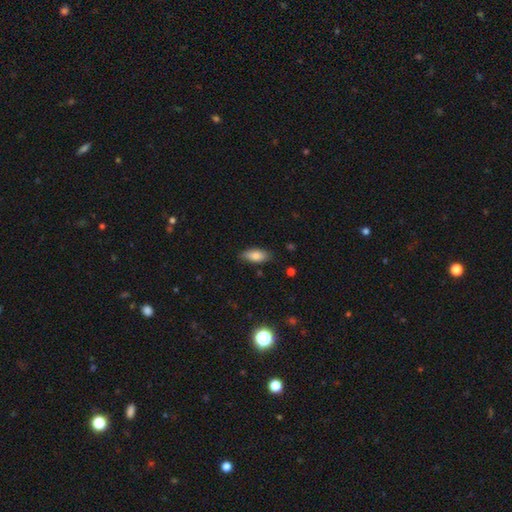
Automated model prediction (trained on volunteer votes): This appears to be a smooth galaxy with no disk features (82%) that is in between round and cigar-shaped (86%). Merging: none (82%).